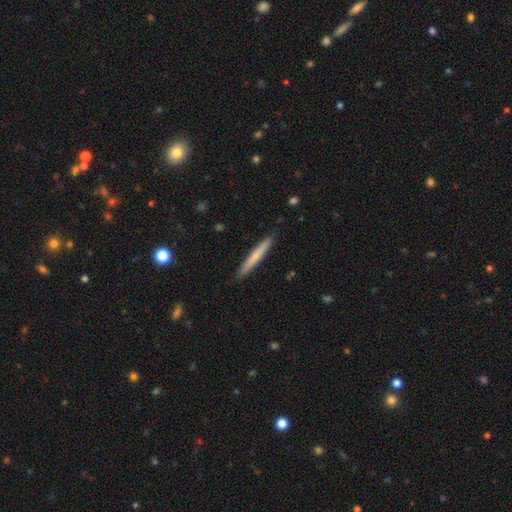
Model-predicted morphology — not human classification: The model was most divided on "smooth or featured": smooth: 67%, featured or disk: 28%, star or artifact: 5%. More confident: how rounded — cigar-shaped (96%); merging — none (90%).